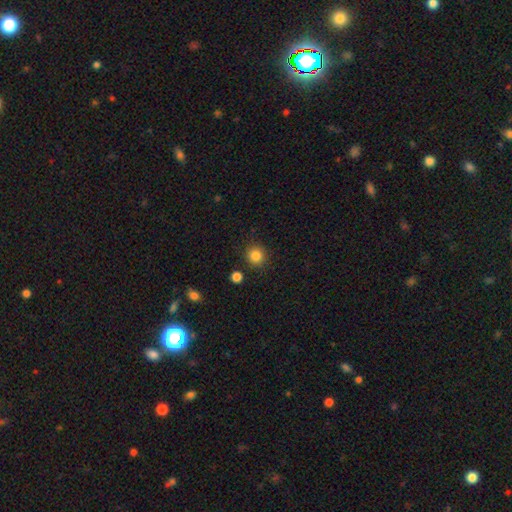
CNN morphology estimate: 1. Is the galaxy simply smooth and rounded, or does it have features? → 85% smooth, 11% star or artifact, 4% featured or disk.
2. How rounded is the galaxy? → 92% round, 7% in between, 1% cigar-shaped.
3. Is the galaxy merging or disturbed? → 89% none, 6% minor disturbance, 3% merger, 2% major disturbance.